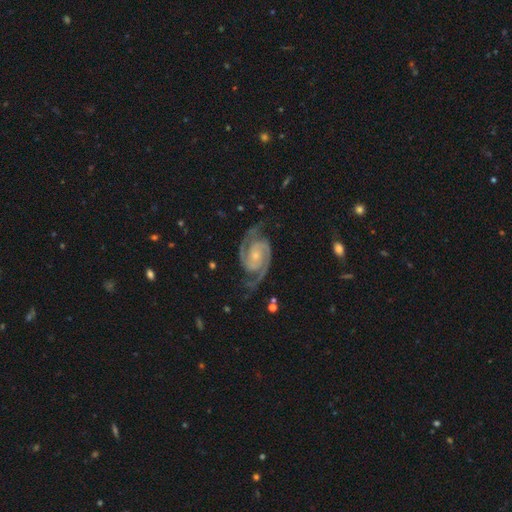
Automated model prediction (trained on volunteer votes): A featured or disk galaxy (94%) with no bar (61%), 2 (92%) medium (51%) spiral arms (99%) and a small central bulge (69%). Merging: none (78%).